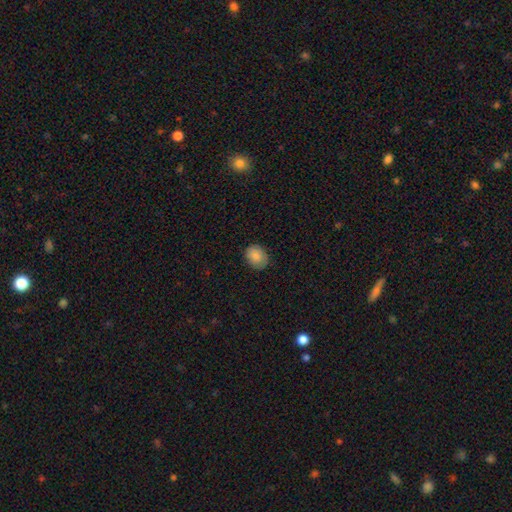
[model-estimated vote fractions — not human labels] smooth 84%, featured or disk 8%, star or artifact 8%. Down the decision tree: how rounded — in between (56%); merging — none (79%).